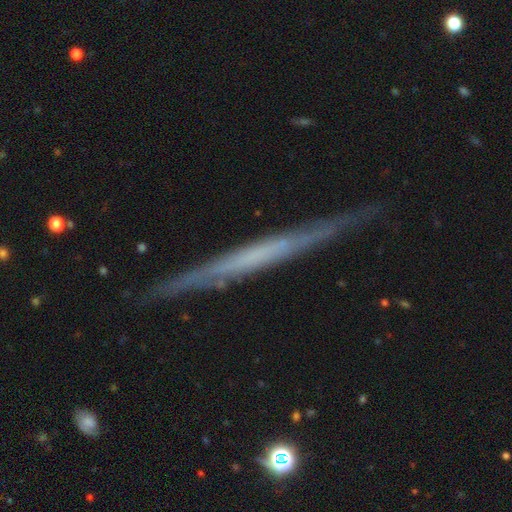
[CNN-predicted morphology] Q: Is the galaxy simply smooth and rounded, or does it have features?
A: featured or disk — 68%.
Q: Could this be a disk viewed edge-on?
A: yes — 96%.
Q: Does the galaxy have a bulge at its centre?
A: none — 86%.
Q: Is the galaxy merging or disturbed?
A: none — 87%.